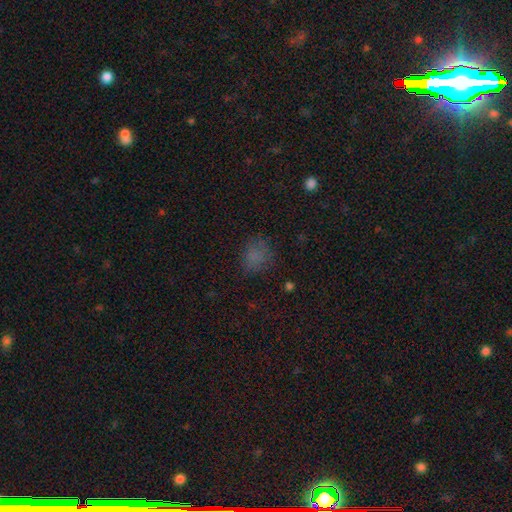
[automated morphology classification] smooth_or_featured: smooth (p=0.72) [alt: star or artifact p=0.20]
how_rounded: round (p=0.59) [alt: in between p=0.40]
merging: none (p=0.69) [alt: minor disturbance p=0.20]